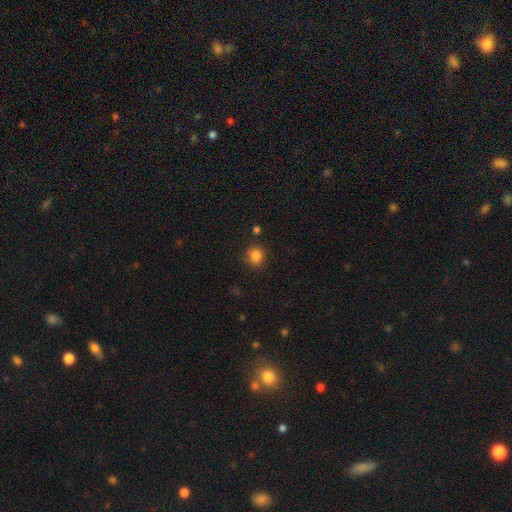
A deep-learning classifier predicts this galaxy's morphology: The model was most divided on "how rounded": round: 79%, in between: 20%, cigar-shaped: 1%. More confident: smooth or featured — smooth (85%); merging — none (81%).